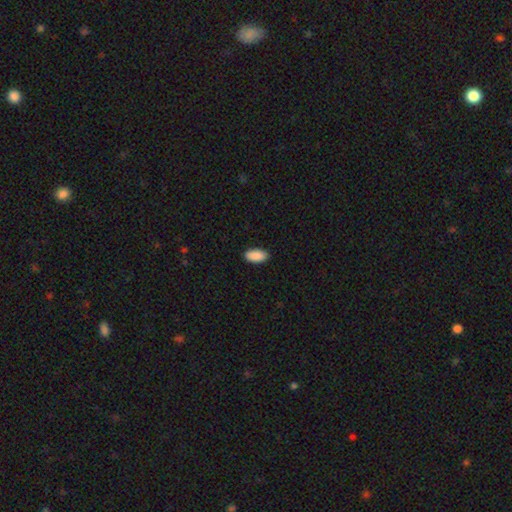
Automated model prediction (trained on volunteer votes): smooth_or_featured: smooth (p=0.91) [alt: star or artifact p=0.06]
how_rounded: in between (p=0.94) [alt: cigar-shaped p=0.04]
merging: none (p=0.89) [alt: minor disturbance p=0.09]